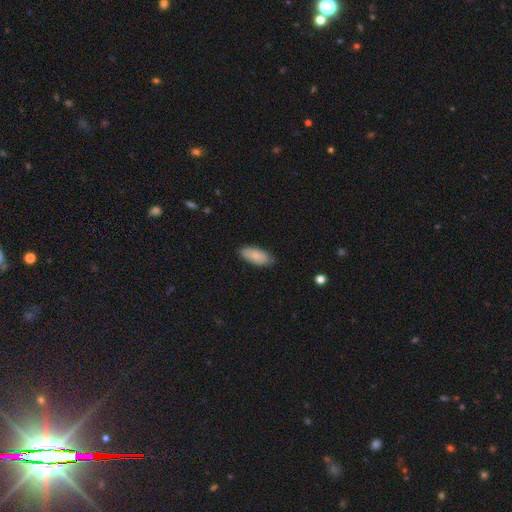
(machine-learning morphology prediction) Smooth or featured? Predicted: smooth (p=0.82). How rounded? Predicted: in between (p=0.89). Merging? Predicted: none (p=0.80).